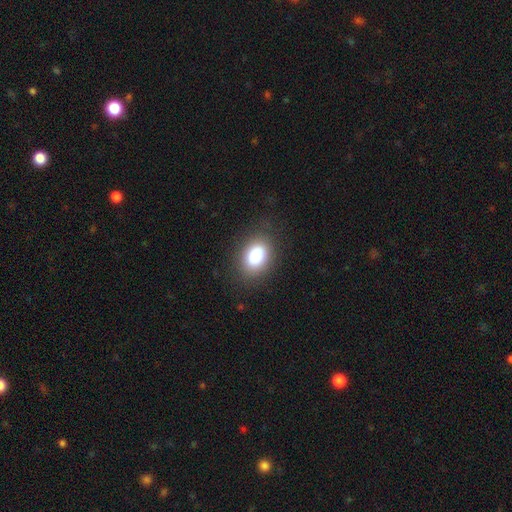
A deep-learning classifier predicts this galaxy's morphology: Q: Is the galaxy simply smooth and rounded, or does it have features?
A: smooth — 85%.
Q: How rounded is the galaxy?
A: in between — 78%.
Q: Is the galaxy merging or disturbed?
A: none — 84%.